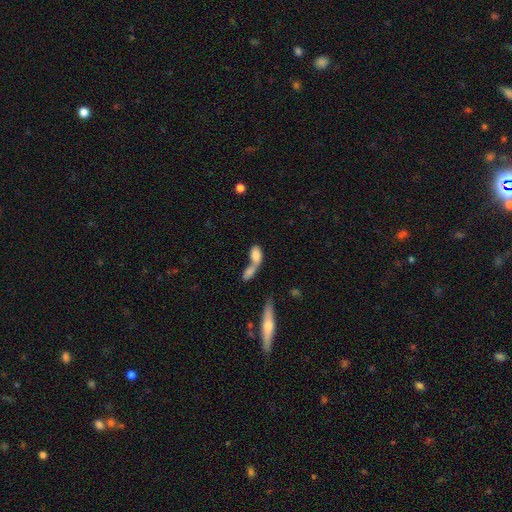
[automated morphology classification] type=smooth (75%); roundness=in between (81%); merging=merger (72%).